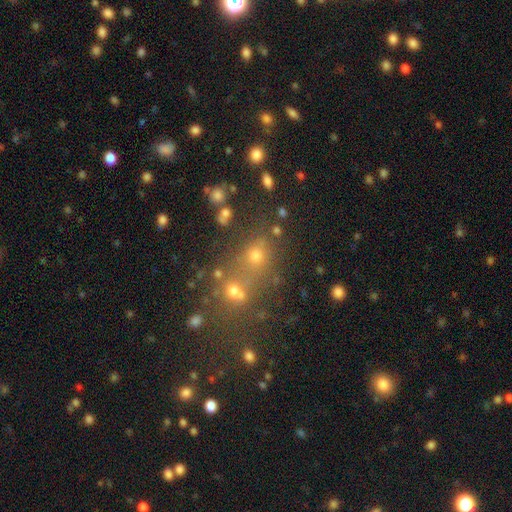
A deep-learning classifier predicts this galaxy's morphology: This is likely a smooth galaxy (60%). How rounded: likely round (65%). Merging: possibly none (53%).